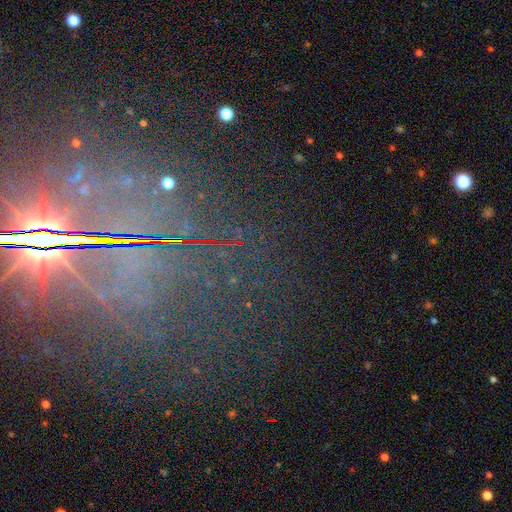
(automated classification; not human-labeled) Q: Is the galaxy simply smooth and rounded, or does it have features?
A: star or artifact — 74%.